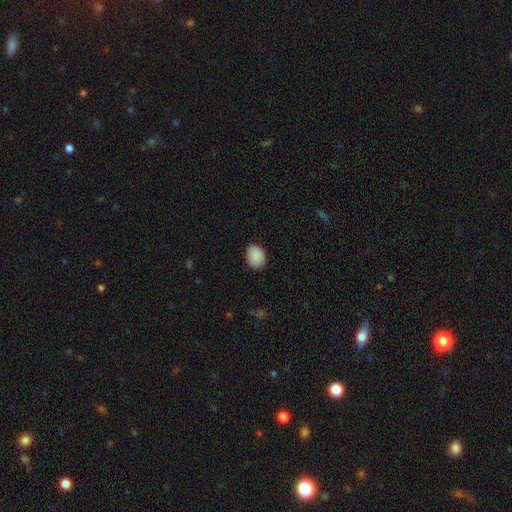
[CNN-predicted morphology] Smooth or featured? smooth (90%)
How rounded? in between (69%)
Merging? none (87%)